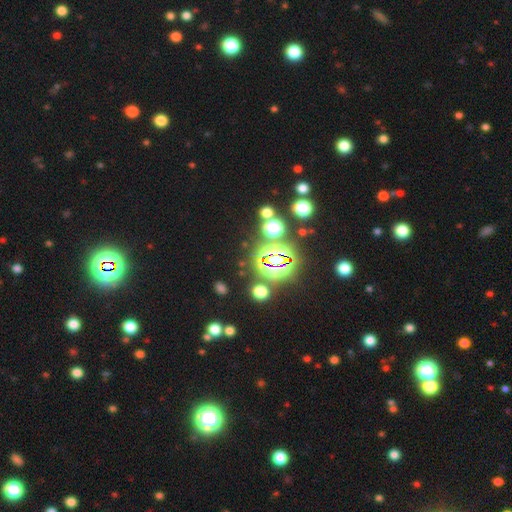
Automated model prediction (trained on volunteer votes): Smooth or featured?
  - star or artifact: 82% *
  - smooth: 11%
  - featured or disk: 7%